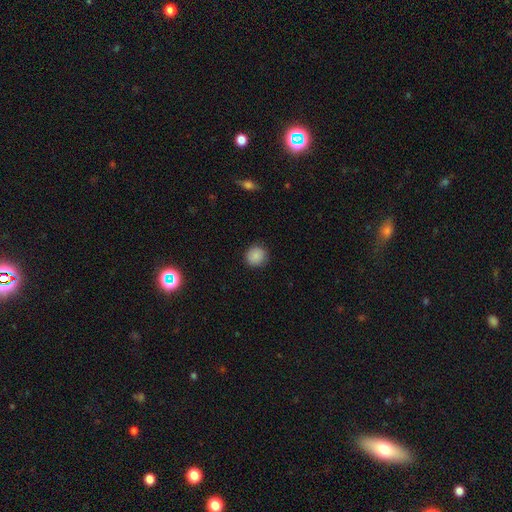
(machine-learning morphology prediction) Smooth or featured? Predicted: smooth (p=0.87). How rounded? Predicted: round (p=0.90). Merging? Predicted: none (p=0.89).